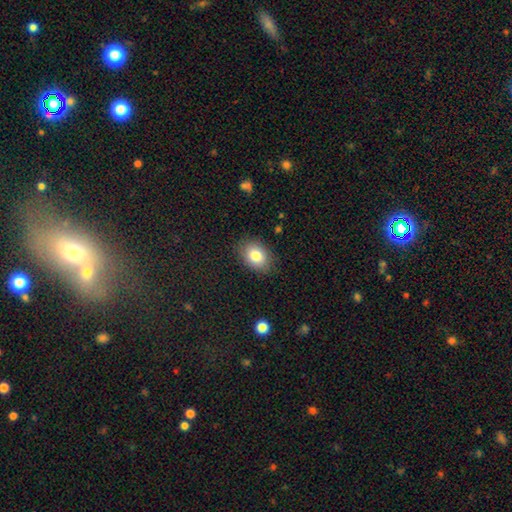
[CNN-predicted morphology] A smooth galaxy with no disk features (81%) that is in between round and cigar-shaped (75%).

Vote fractions:
- Smooth or featured? smooth: 81% / featured or disk: 10% / star or artifact: 8%
- How rounded? in between: 75% / round: 24% / cigar-shaped: 1%
- Merging? none: 84% / minor disturbance: 12% / major disturbance: 3% / merger: 1%